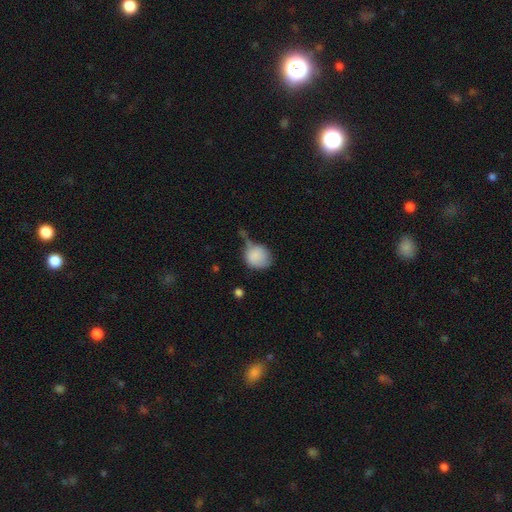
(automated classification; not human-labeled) Smooth or featured?
  - smooth: 84% *
  - featured or disk: 8%
  - star or artifact: 7%
How rounded?
  - round: 74% *
  - in between: 25%
  - cigar-shaped: 1%
Merging?
  - minor disturbance: 36% *
  - none: 32%
  - major disturbance: 20%
  - merger: 12%